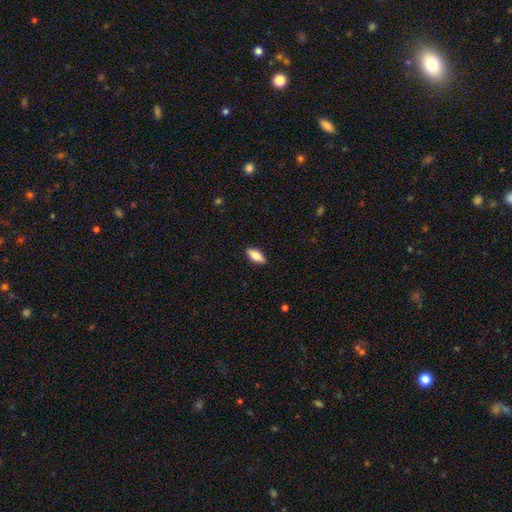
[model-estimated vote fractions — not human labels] smooth 74%, featured or disk 20%, star or artifact 6%. Down the decision tree: how rounded — in between (80%); merging — none (89%).